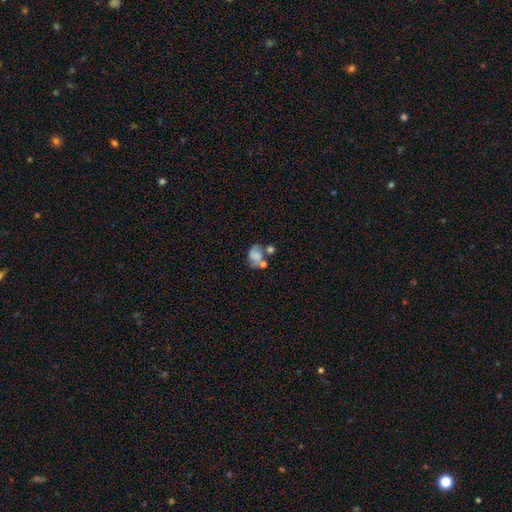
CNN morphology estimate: Overall: smooth (56%; featured or disk 33%). How rounded: in between (57%; round 42%). Merging: merger (34%; none 31%).